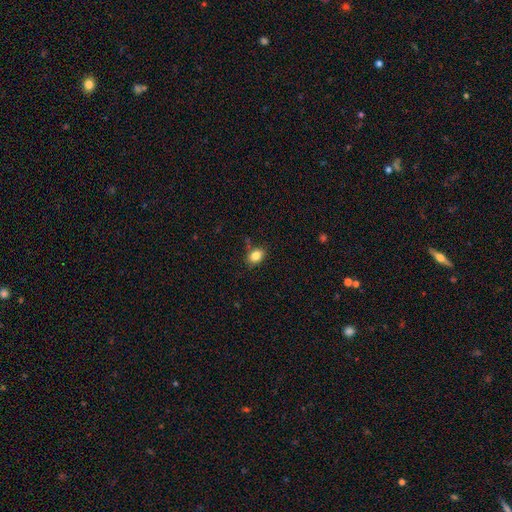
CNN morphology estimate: Q: Smooth or featured?
A: smooth (84%); runner-up: star or artifact (10%)
Q: How rounded?
A: in between (67%); runner-up: round (32%)
Q: Merging?
A: none (77%); runner-up: minor disturbance (16%)